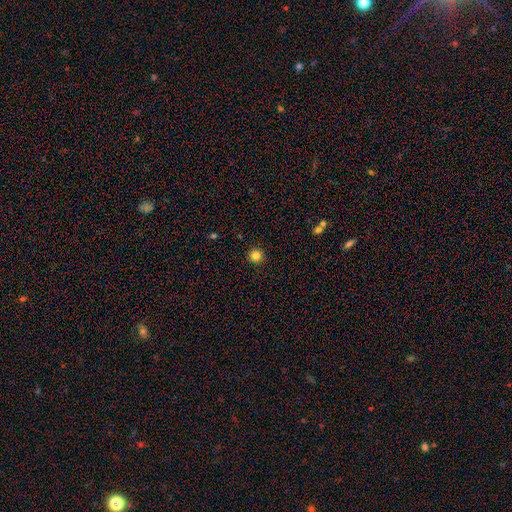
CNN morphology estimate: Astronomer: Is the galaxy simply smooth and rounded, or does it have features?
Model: smooth — 83%.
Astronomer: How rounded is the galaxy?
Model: round — 95%.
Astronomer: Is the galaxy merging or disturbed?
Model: none — 93%.